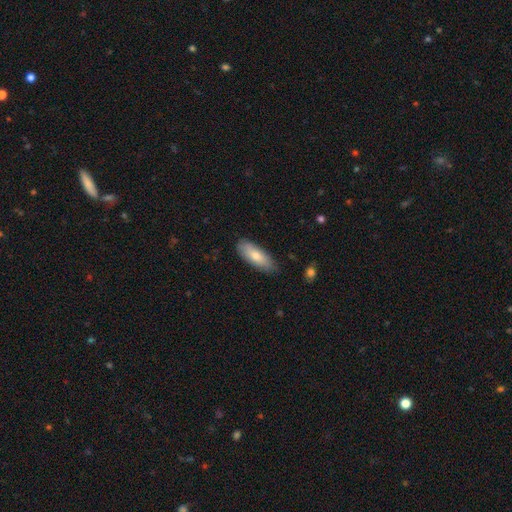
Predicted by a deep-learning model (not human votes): This is likely a smooth galaxy (76%). How rounded: likely in between (71%). Merging: clearly none (83%).